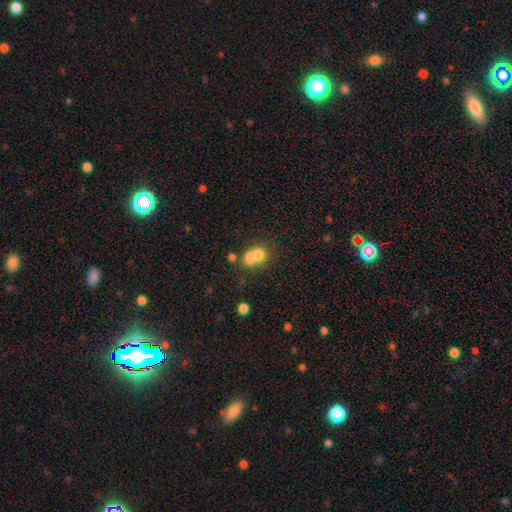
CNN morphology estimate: Smooth or featured?
  - smooth: 70% *
  - featured or disk: 17%
  - star or artifact: 12%
How rounded?
  - round: 64% *
  - in between: 35%
  - cigar-shaped: 1%
Merging?
  - merger: 59% *
  - none: 28%
  - minor disturbance: 8%
  - major disturbance: 6%